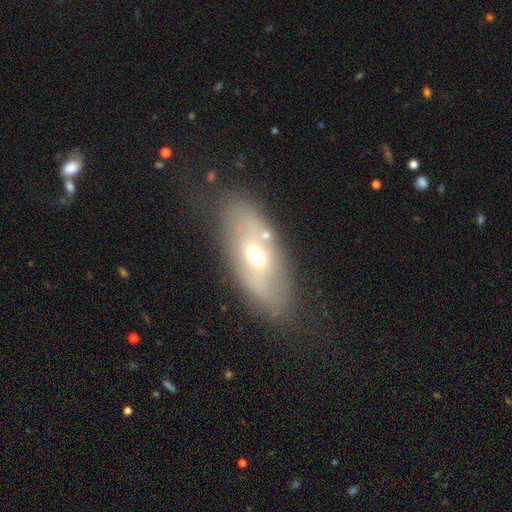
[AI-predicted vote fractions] This appears to be a featured or disk galaxy (49%). Merging: none (71%).